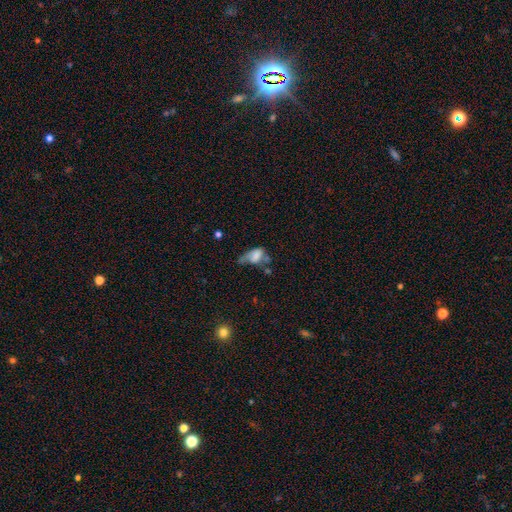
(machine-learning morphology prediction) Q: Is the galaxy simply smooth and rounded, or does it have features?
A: smooth — 62%.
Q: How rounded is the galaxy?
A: in between — 86%.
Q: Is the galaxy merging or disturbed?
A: major disturbance — 38%.